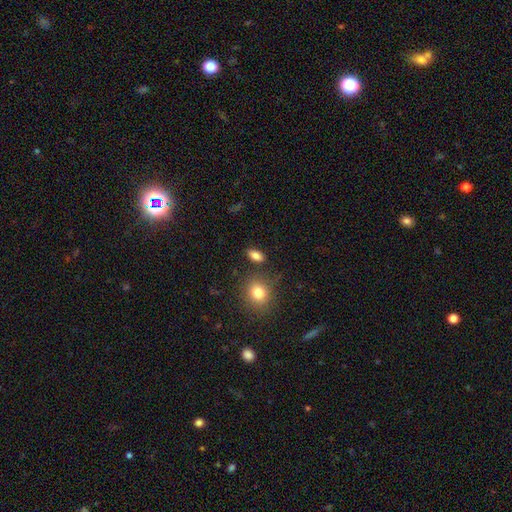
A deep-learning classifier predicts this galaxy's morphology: smooth 83%, star or artifact 10%, featured or disk 7%. Down the decision tree: how rounded — in between (86%); merging — none (83%).